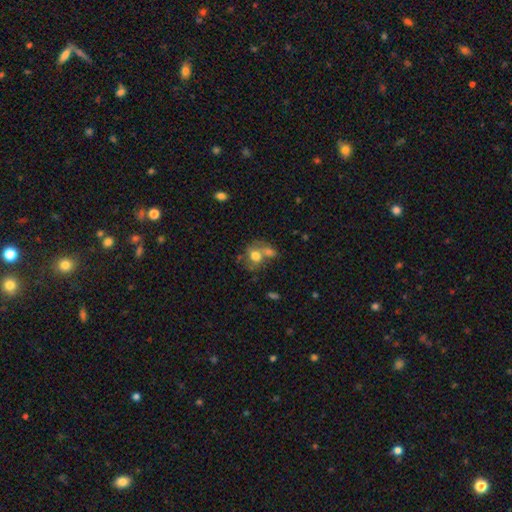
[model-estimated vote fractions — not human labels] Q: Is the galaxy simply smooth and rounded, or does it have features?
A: smooth — 62%.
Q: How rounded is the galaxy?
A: round — 53%.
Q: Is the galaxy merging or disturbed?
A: merger — 46%.